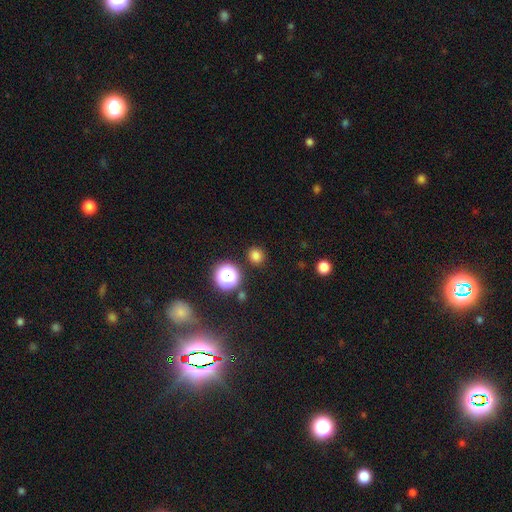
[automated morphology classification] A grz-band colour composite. It shows a smooth galaxy with no disk features (77%) that is round (86%). Merging: none (88%).